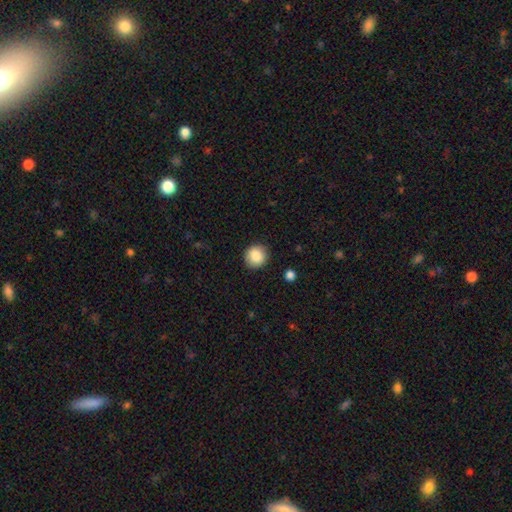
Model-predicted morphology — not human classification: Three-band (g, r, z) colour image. It shows a smooth galaxy with no disk features (86%) that is round (91%). Merging: none (90%).